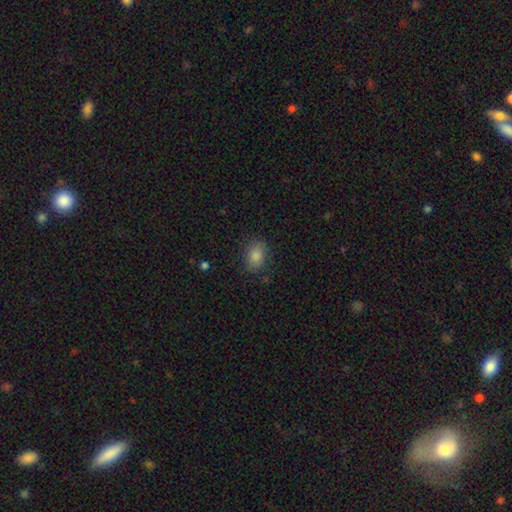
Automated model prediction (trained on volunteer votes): Smooth or featured: smooth — 82% (star or artifact — 11%)
How rounded: in between — 75% (round — 23%)
Merging: none — 83% (minor disturbance — 13%)